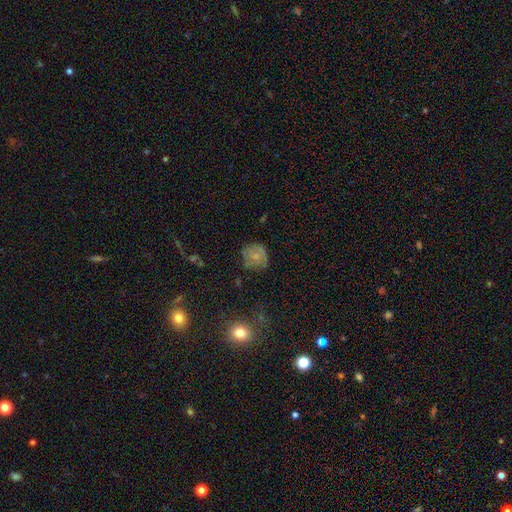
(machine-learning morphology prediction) Smooth or featured: smooth — 59% (featured or disk — 29%)
How rounded: round — 80% (in between — 19%)
Merging: none — 62% (minor disturbance — 25%)